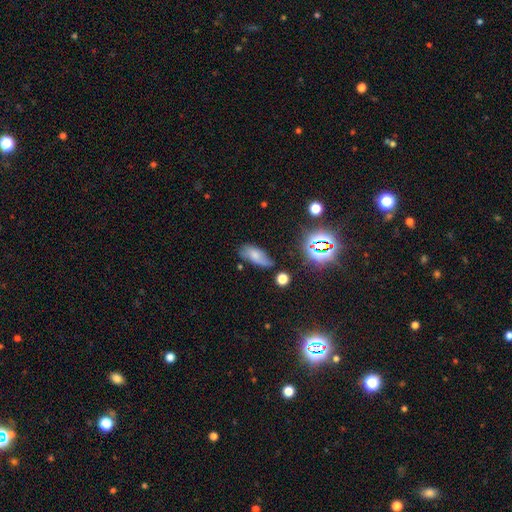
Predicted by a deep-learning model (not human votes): Overall: smooth (61%; featured or disk 24%). How rounded: in between (85%). Merging: none (52%; minor disturbance 32%).